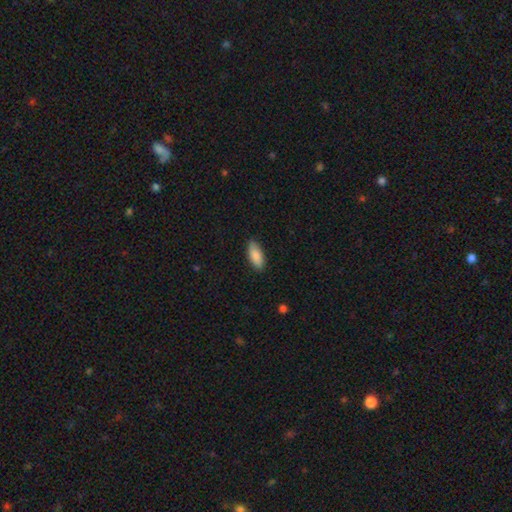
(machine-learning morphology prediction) smooth 87%, featured or disk 7%, star or artifact 6%. Down the decision tree: how rounded — in between (83%); merging — none (87%).